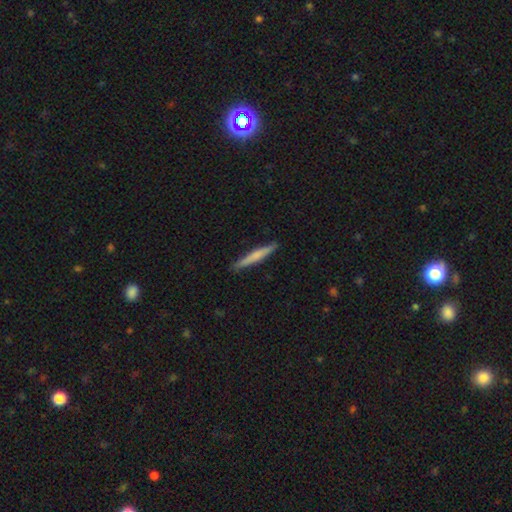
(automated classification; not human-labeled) Smooth or featured?
  - smooth: 62% *
  - featured or disk: 32%
  - star or artifact: 5%
How rounded?
  - cigar-shaped: 96% *
  - in between: 3%
  - round: 1%
Merging?
  - none: 90% *
  - minor disturbance: 8%
  - major disturbance: 1%
  - merger: 1%